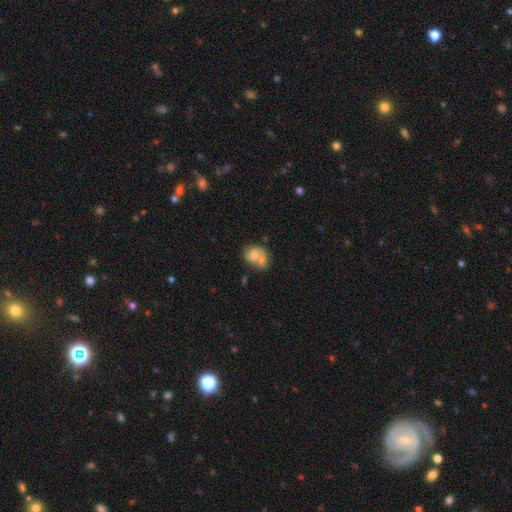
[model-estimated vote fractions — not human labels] Overall: smooth (52%; featured or disk 40%). How rounded: in between (54%; round 44%). Merging: merger (45%; none 29%).